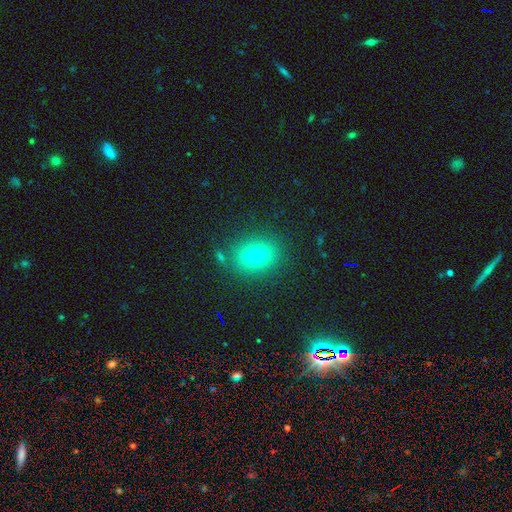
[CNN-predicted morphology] This appears to be a smooth galaxy with no disk features (70%) that is in between round and cigar-shaped (54%). Merging: none (84%).